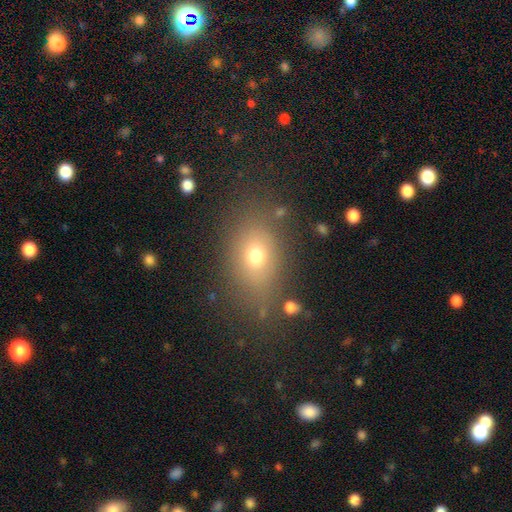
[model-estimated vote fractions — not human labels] Smooth or featured?
  - smooth: 69% *
  - star or artifact: 16%
  - featured or disk: 15%
How rounded?
  - in between: 70% *
  - round: 27%
  - cigar-shaped: 2%
Merging?
  - none: 76% *
  - minor disturbance: 14%
  - major disturbance: 7%
  - merger: 3%